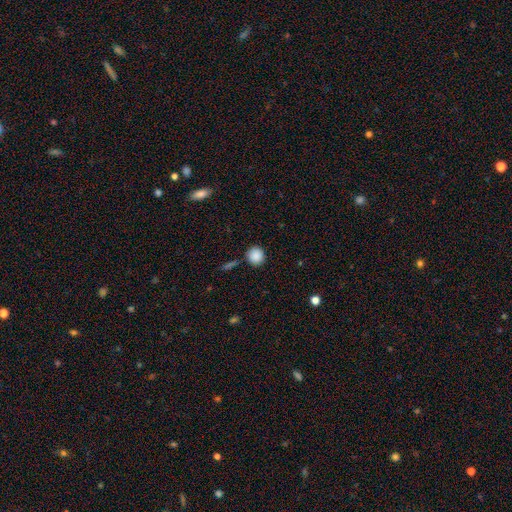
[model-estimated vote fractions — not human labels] Smooth or featured: smooth — 88% (star or artifact — 9%)
How rounded: round — 90% (in between — 9%)
Merging: none — 85% (minor disturbance — 9%)